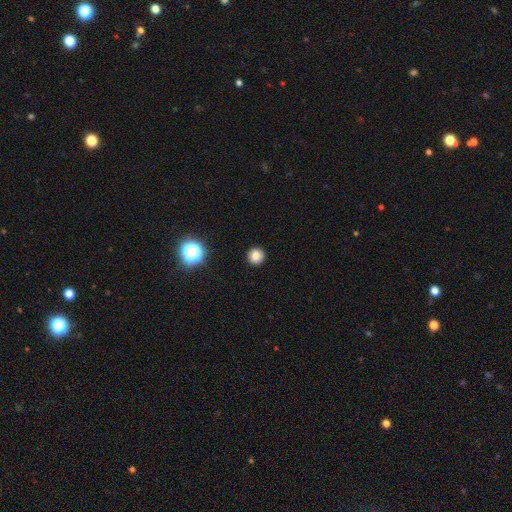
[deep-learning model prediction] This appears to be a smooth galaxy with no disk features (82%) that is round (93%). Merging: none (92%).